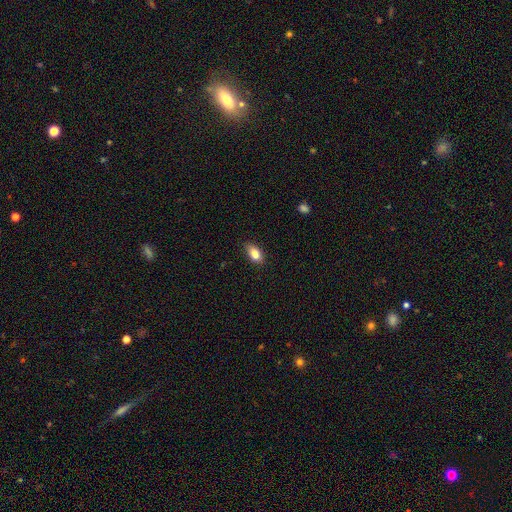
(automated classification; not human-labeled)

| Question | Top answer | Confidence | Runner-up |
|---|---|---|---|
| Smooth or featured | smooth | 85% | star or artifact (8%) |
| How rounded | in between | 88% | round (8%) |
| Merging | none | 76% | minor disturbance (19%) |